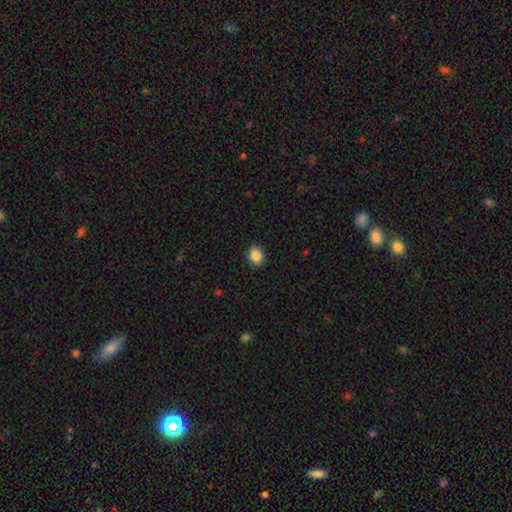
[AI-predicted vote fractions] This is clearly a smooth galaxy (87%). How rounded: possibly in between (51%). Merging: clearly none (91%).